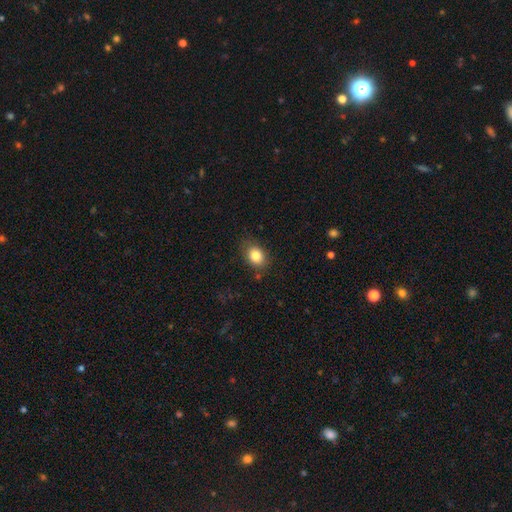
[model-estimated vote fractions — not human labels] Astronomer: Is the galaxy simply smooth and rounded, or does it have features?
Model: smooth — 83%.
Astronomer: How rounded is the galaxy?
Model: in between — 64%.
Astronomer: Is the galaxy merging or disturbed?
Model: none — 78%.